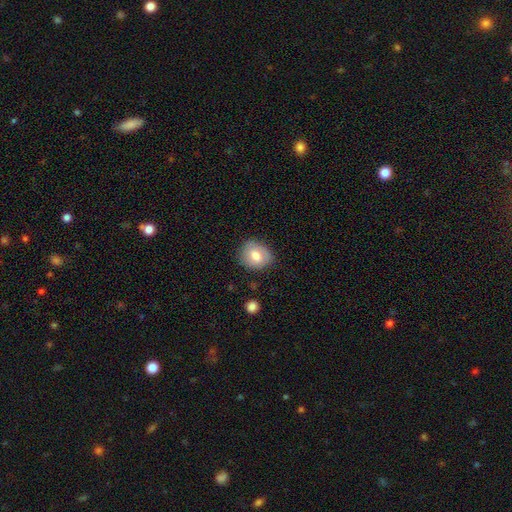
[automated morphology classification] This appears to be a smooth galaxy with no disk features (74%) that is round (63%). Merging: none (73%).